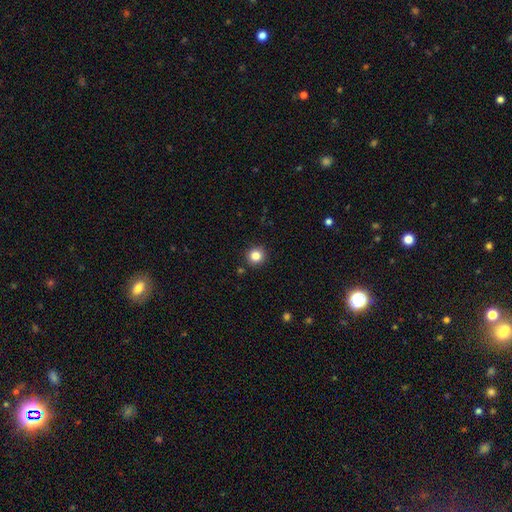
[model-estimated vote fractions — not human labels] Smooth or featured: smooth — 84% (star or artifact — 11%)
How rounded: round — 94% (in between — 5%)
Merging: none — 91% (minor disturbance — 6%)